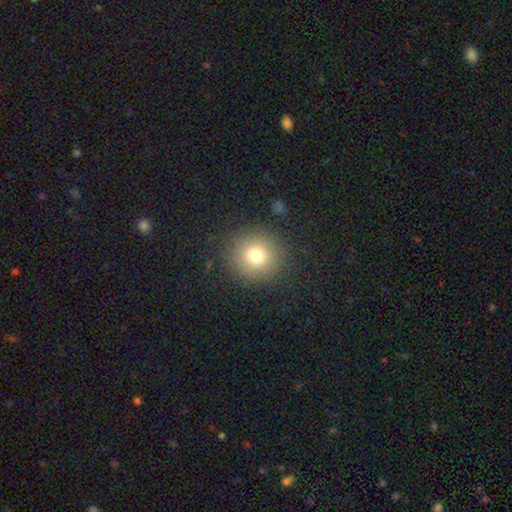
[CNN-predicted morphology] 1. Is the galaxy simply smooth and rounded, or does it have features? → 77% smooth, 13% star or artifact, 11% featured or disk.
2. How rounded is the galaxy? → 93% round, 6% in between, 1% cigar-shaped.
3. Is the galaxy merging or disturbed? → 87% none, 8% minor disturbance, 4% major disturbance, 1% merger.